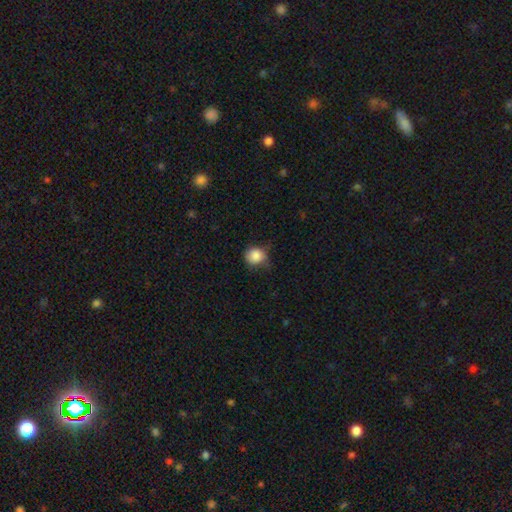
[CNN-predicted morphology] Q: Smooth or featured?
A: smooth (85%); runner-up: star or artifact (9%)
Q: How rounded?
A: round (83%); runner-up: in between (16%)
Q: Merging?
A: none (54%); runner-up: minor disturbance (35%)